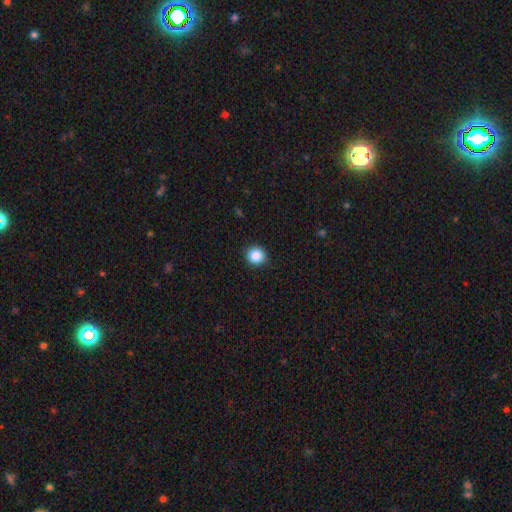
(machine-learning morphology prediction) Smooth or featured? Predicted: smooth (p=0.87). How rounded? Predicted: round (p=0.93). Merging? Predicted: none (p=0.92).